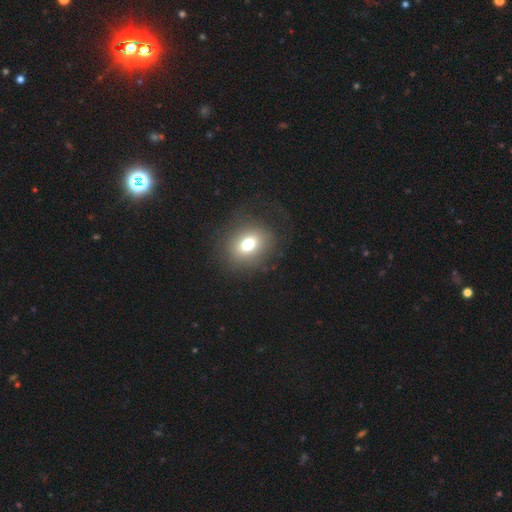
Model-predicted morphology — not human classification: Smooth or featured? smooth (64%)
How rounded? round (63%)
Merging? none (85%)